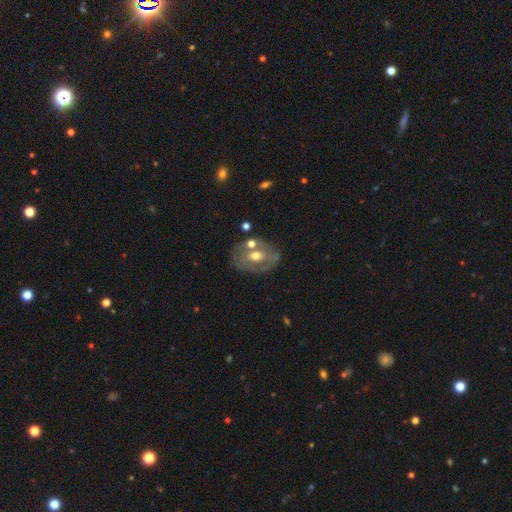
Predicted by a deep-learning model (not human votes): A featured or disk galaxy (57%) with no bar (67%), no spiral arms (73%) and a moderate central bulge (75%). Merging: none (60%).